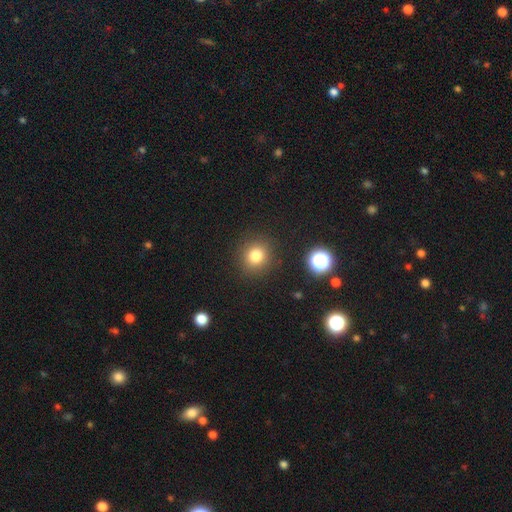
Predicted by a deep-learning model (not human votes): This is likely a smooth galaxy (80%). How rounded: clearly round (87%). Merging: clearly none (88%).